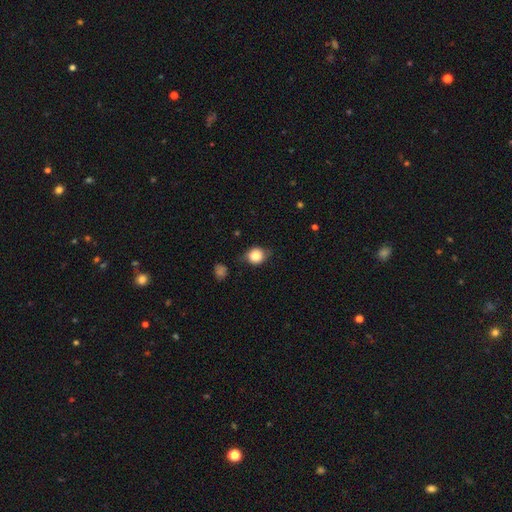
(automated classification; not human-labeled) Smooth or featured? smooth (78%)
How rounded? round (74%)
Merging? none (70%)